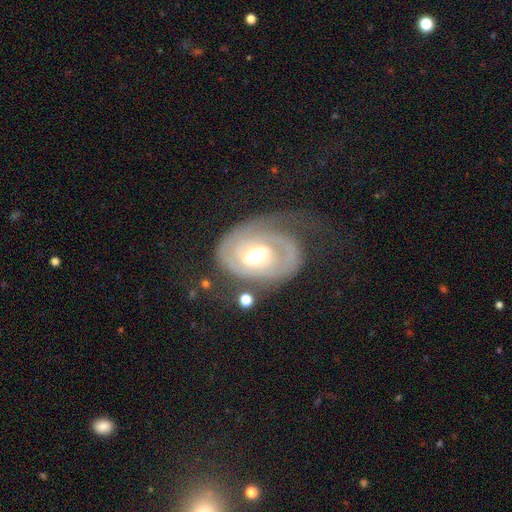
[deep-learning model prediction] Overall: featured or disk (83%). Edge-on disk: no (97%). Bar: weak (50%; no 33%). Spiral arms: yes (90%). Spiral arm count: 2 (39%; 1 29%). Spiral winding: tight (59%; medium 29%). Bulge size: moderate (66%). Merging: none (42%; major disturbance 31%).